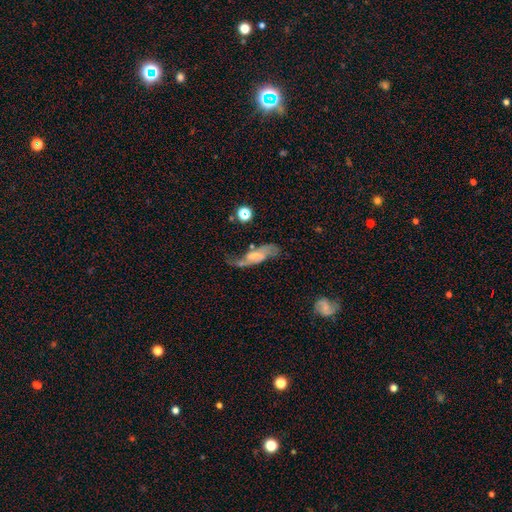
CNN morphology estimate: This is likely a featured or disk galaxy (75%). It is clearly not viewed edge-on (90%). Bar: marginally weak (43%). Spiral arm pattern: clearly yes (92%). Spiral arm count: clearly 2 (84%). Spiral winding: possibly loose (57%). Central bulge: possibly small (54%). Merging: possibly none (50%).